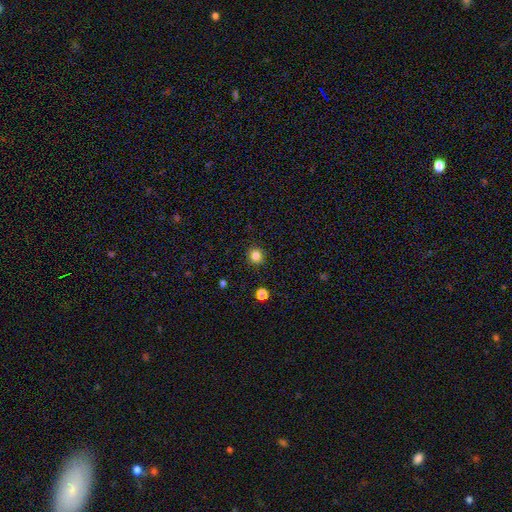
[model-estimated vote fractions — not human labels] The model was most divided on "smooth or featured": smooth: 83%, star or artifact: 12%, featured or disk: 4%. More confident: merging — none (91%); how rounded — round (91%).